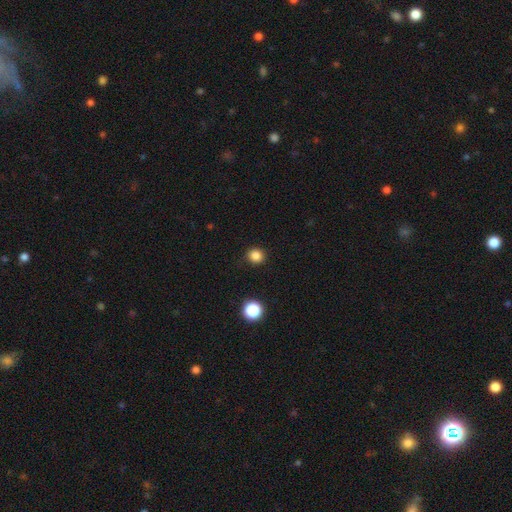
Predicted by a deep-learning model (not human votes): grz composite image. It shows a smooth galaxy with no disk features (84%) that is round (89%). Merging: none (91%).